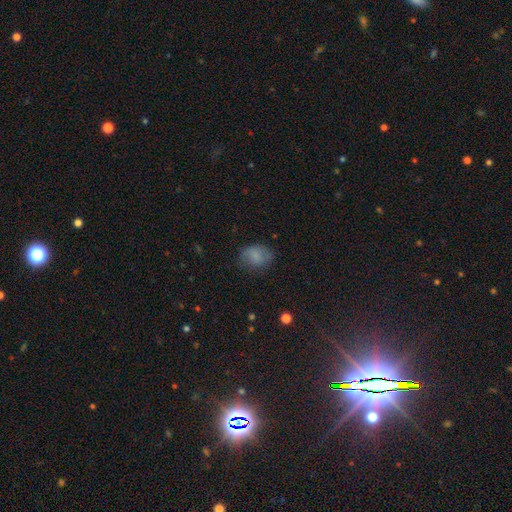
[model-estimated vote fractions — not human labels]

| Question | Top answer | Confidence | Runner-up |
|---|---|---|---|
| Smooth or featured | smooth | 79% | featured or disk (11%) |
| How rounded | in between | 59% | round (40%) |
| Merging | none | 71% | minor disturbance (21%) |